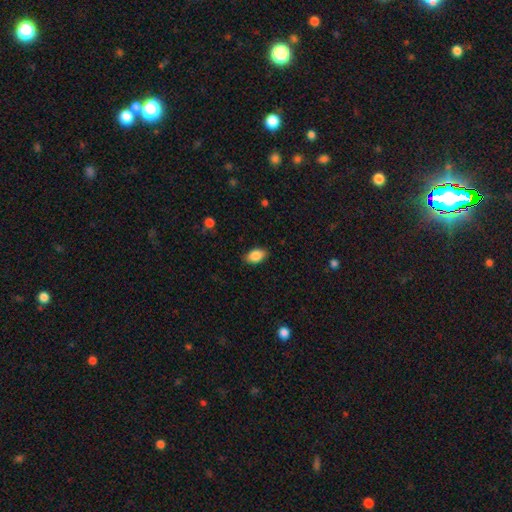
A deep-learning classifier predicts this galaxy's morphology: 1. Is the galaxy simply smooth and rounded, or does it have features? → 86% smooth, 7% star or artifact, 6% featured or disk.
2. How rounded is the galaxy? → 90% in between, 8% round, 2% cigar-shaped.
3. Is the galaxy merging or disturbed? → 87% none, 10% minor disturbance, 2% major disturbance, 1% merger.